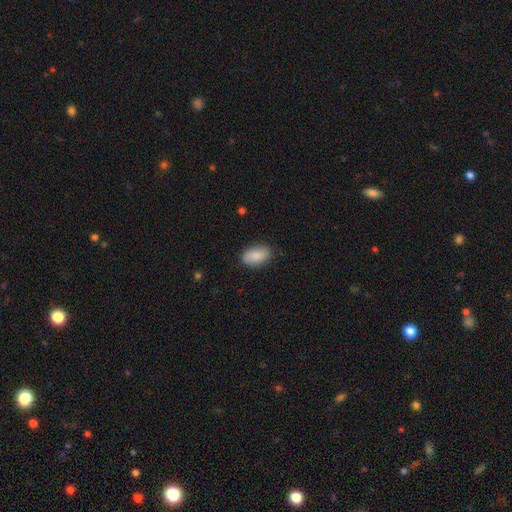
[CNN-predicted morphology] Smooth or featured?
  - smooth: 87% *
  - featured or disk: 7%
  - star or artifact: 6%
How rounded?
  - in between: 93% *
  - round: 5%
  - cigar-shaped: 3%
Merging?
  - none: 85% *
  - minor disturbance: 12%
  - major disturbance: 3%
  - merger: 1%